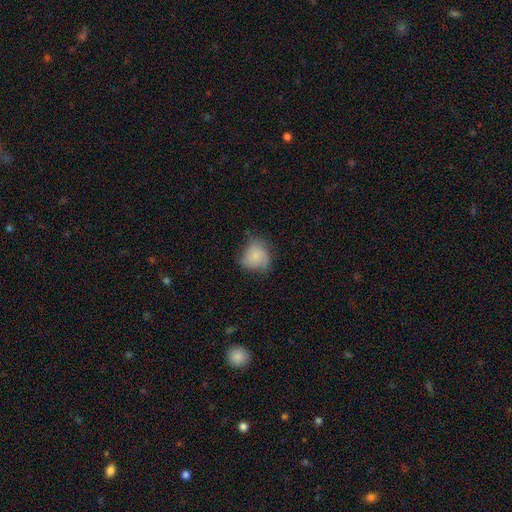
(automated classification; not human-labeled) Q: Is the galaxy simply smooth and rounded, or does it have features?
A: smooth — 66%.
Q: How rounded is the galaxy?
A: round — 66%.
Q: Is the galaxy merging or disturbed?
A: none — 49%.